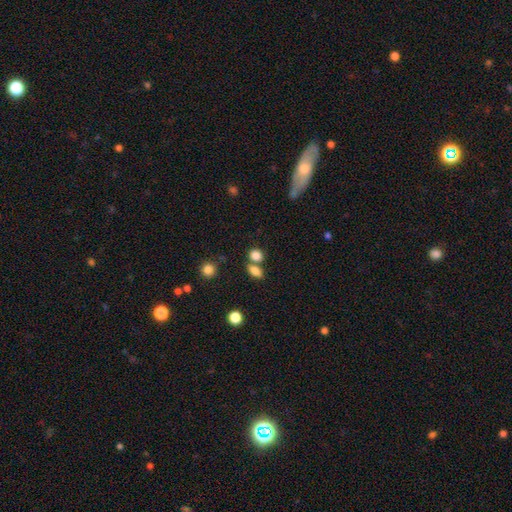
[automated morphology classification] Q: Smooth or featured?
A: smooth (83%); runner-up: star or artifact (11%)
Q: How rounded?
A: in between (52%); runner-up: round (45%)
Q: Merging?
A: none (51%); runner-up: merger (35%)